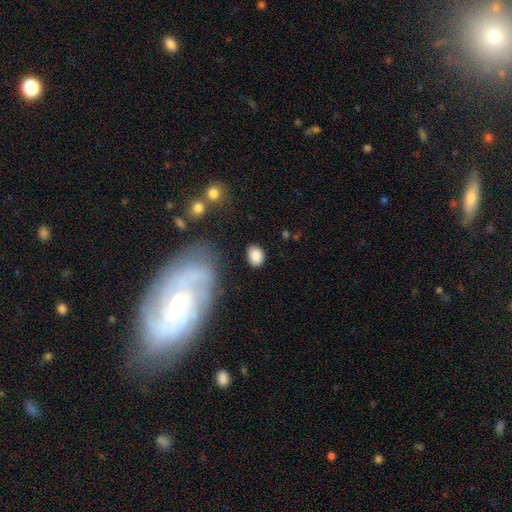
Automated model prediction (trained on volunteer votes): Smooth or featured? smooth (86%)
How rounded? in between (68%)
Merging? none (82%)